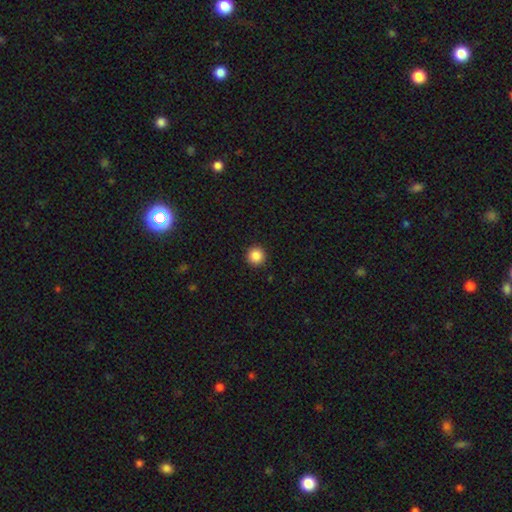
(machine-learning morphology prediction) smooth 87%, star or artifact 10%, featured or disk 3%. Down the decision tree: how rounded — round (96%); merging — none (93%).